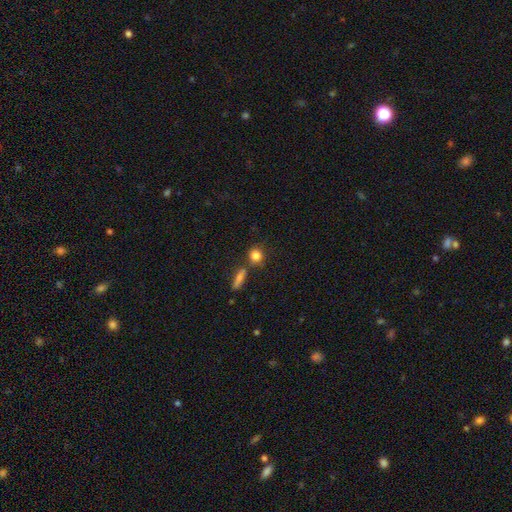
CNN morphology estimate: smooth 83%, star or artifact 10%, featured or disk 7%. Down the decision tree: how rounded — round (78%); merging — none (68%).